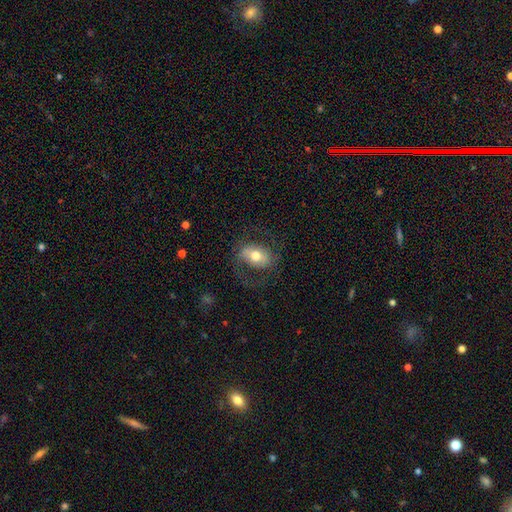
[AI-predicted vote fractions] smooth_or_featured: featured or disk (p=0.51) [alt: smooth p=0.41]
disk_edge_on: no (p=0.94) [alt: yes p=0.06]
merging: none (p=0.68) [alt: major disturbance p=0.16]